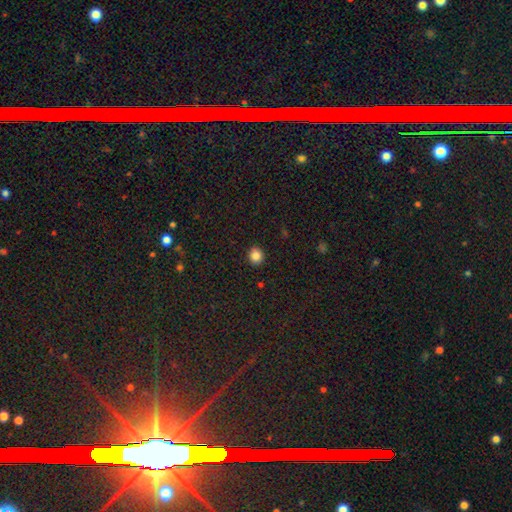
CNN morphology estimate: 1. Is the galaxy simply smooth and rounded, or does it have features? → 85% smooth, 11% star or artifact, 4% featured or disk.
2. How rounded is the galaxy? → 80% round, 19% in between, 1% cigar-shaped.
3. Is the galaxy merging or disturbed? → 90% none, 7% minor disturbance, 2% major disturbance, 1% merger.